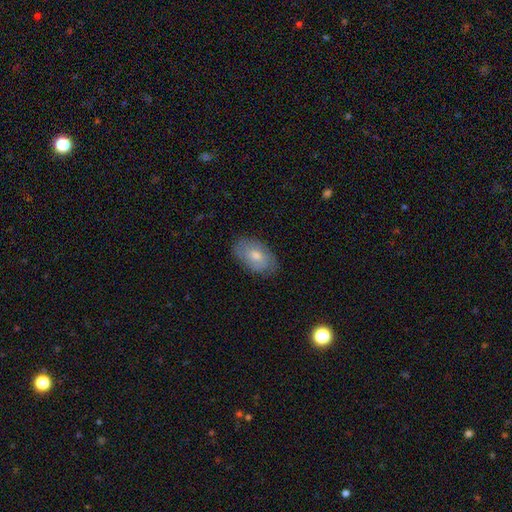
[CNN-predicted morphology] Smooth or featured? smooth (56%)
How rounded? in between (91%)
Merging? none (81%)